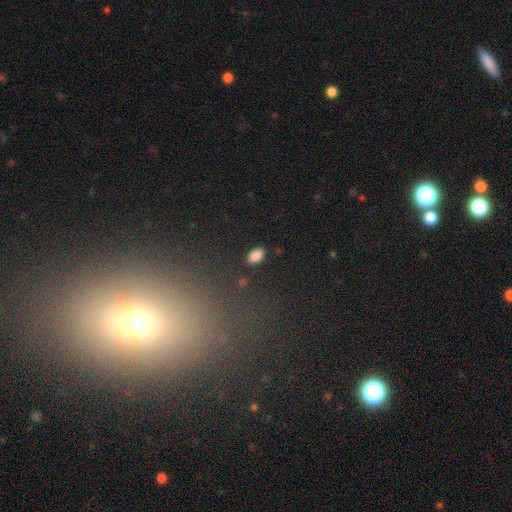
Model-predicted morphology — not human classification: This appears to be a smooth galaxy with no disk features (86%) that is in between round and cigar-shaped (90%). Merging: none (88%).